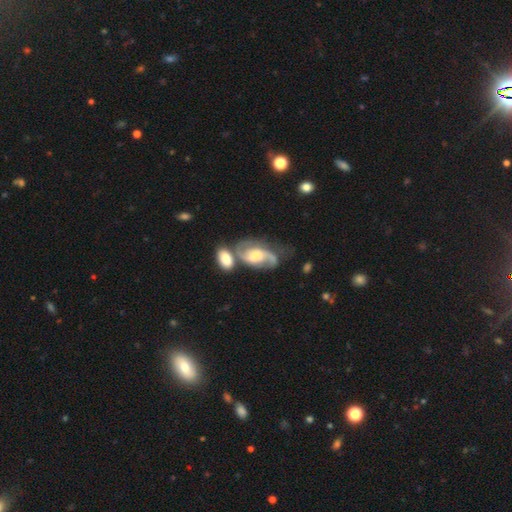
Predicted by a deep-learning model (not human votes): This appears to be a featured or disk galaxy (79%) with no bar (46%), 2 (85%) medium (44%) spiral arms (94%) and a moderate central bulge (47%). Merging: merger (37%).